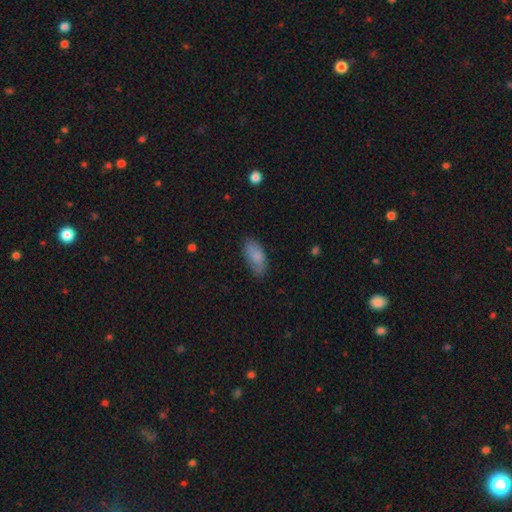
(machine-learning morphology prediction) A smooth galaxy with no disk features (84%) that is in between round and cigar-shaped (90%). Merging: none (74%).